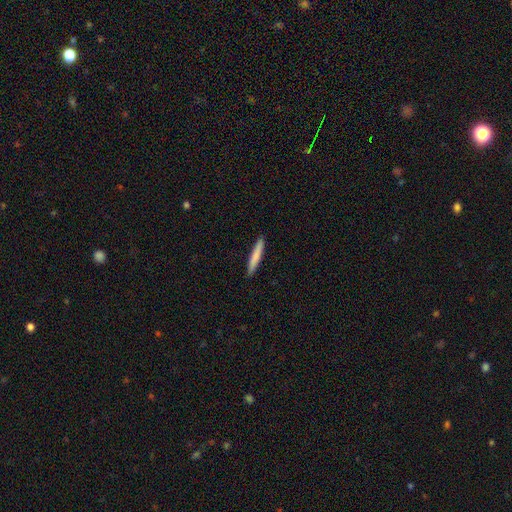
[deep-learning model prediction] Smooth or featured: smooth — 78% (featured or disk — 17%)
How rounded: cigar-shaped — 95% (in between — 4%)
Merging: none — 91% (minor disturbance — 6%)